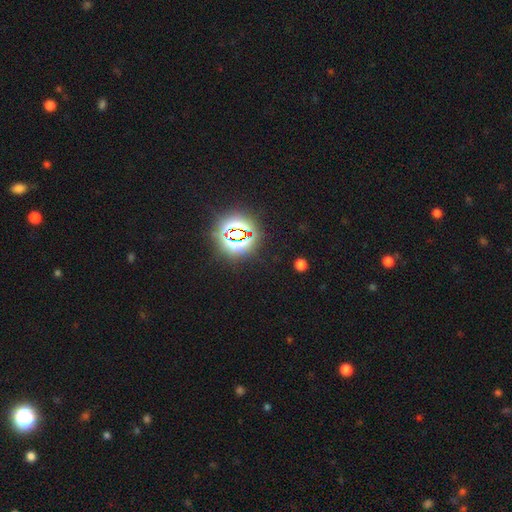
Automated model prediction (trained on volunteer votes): Smooth or featured: star or artifact — 84% (smooth — 10%)